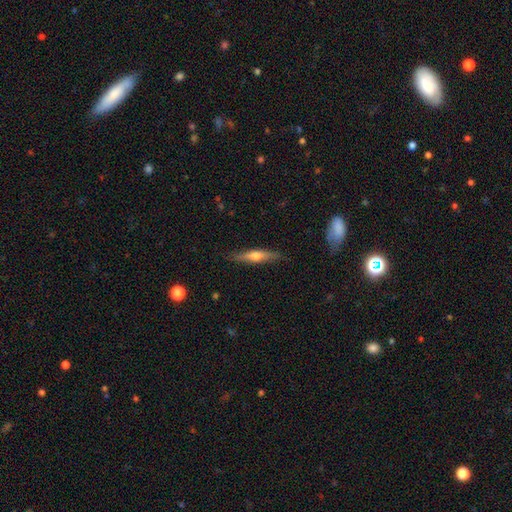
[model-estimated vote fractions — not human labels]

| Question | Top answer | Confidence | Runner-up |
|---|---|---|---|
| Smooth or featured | featured or disk | 59% | smooth (35%) |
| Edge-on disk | yes | 95% | no (5%) |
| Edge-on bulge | rounded | 88% | boxy (6%) |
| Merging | none | 86% | minor disturbance (11%) |